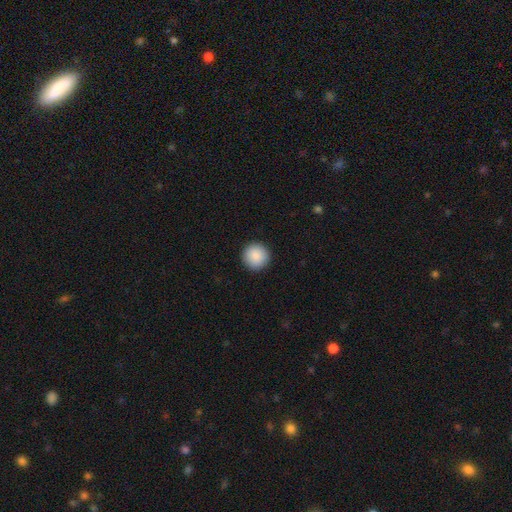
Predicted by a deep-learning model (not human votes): Overall: smooth (89%). How rounded: round (96%). Merging: none (93%).